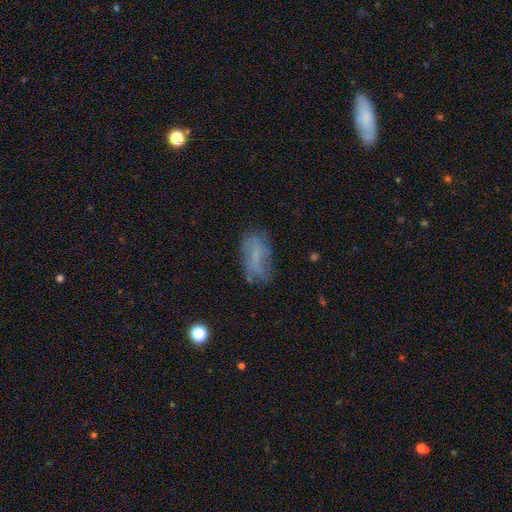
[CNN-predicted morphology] A smooth galaxy with no disk features (48%). Merging: none (60%).